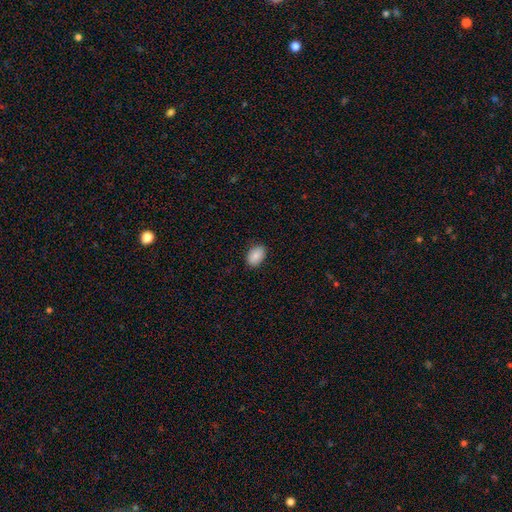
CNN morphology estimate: Smooth or featured: smooth — 86% (star or artifact — 7%)
How rounded: in between — 84% (round — 15%)
Merging: none — 87% (minor disturbance — 10%)